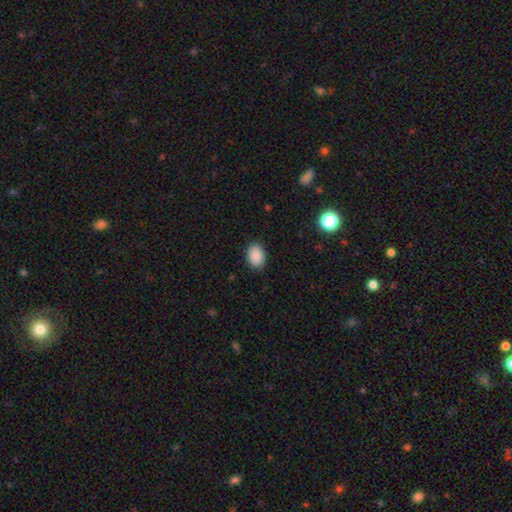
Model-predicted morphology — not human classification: Smooth or featured? smooth (90%)
How rounded? in between (77%)
Merging? none (88%)